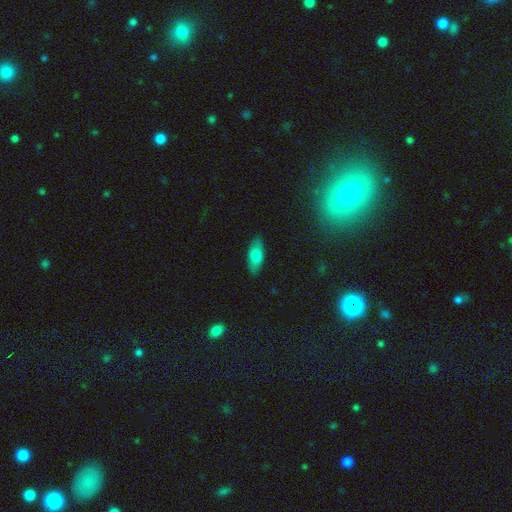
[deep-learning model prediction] This appears to be a smooth galaxy with no disk features (75%) that is in between round and cigar-shaped (79%). Merging: none (85%).